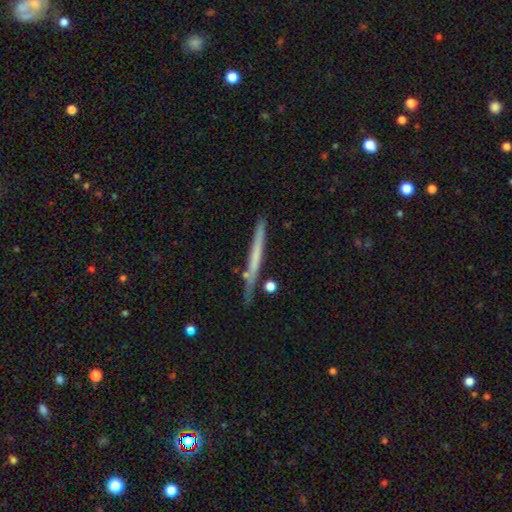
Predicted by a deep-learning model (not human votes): Morphology: type=smooth (47%, tied with featured or disk); merging=none (80%).